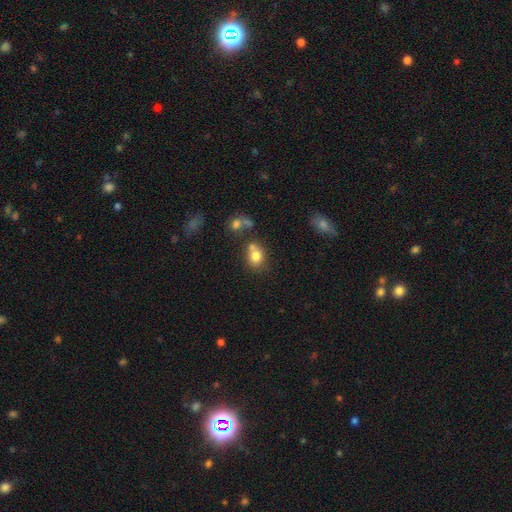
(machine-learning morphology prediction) Smooth or featured: smooth — 78% (featured or disk — 11%)
How rounded: round — 57% (in between — 42%)
Merging: none — 49% (merger — 32%)